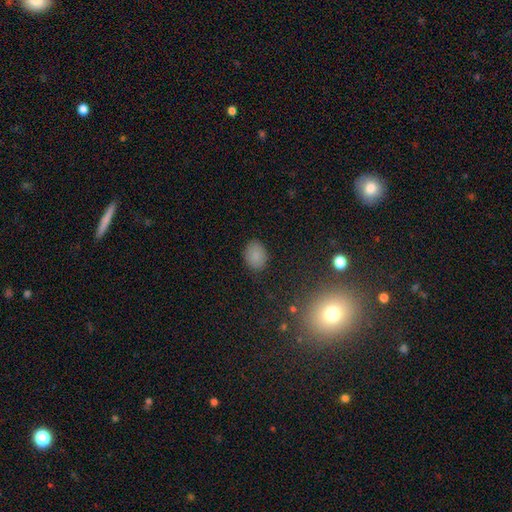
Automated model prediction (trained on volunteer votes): Q: Smooth or featured?
A: smooth (85%); runner-up: star or artifact (11%)
Q: How rounded?
A: in between (62%); runner-up: round (37%)
Q: Merging?
A: none (86%); runner-up: minor disturbance (10%)